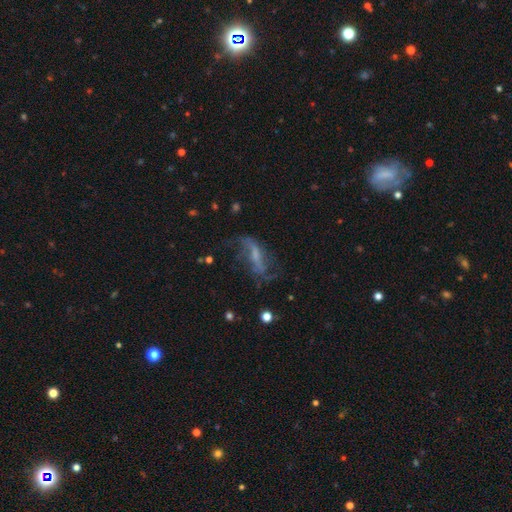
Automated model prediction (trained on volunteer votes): featured or disk 64%, smooth 23%, star or artifact 13%. Down the decision tree: edge-on disk — no (83%); bar — weak (38%); spiral arms — yes (73%); bulge size — small (37%); merging — none (46%).